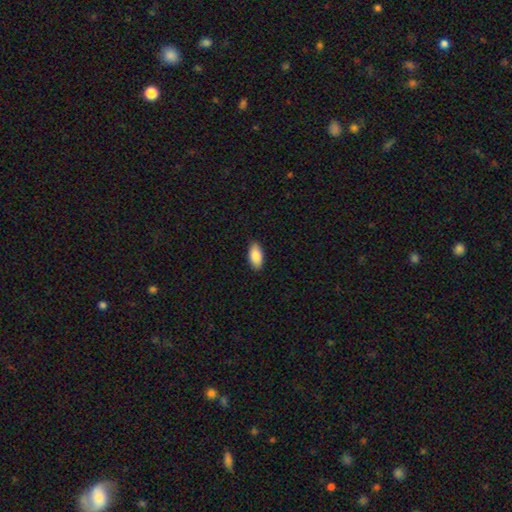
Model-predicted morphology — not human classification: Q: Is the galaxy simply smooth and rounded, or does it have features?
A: smooth — 87%.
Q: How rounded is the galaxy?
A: in between — 92%.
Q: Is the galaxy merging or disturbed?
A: none — 89%.